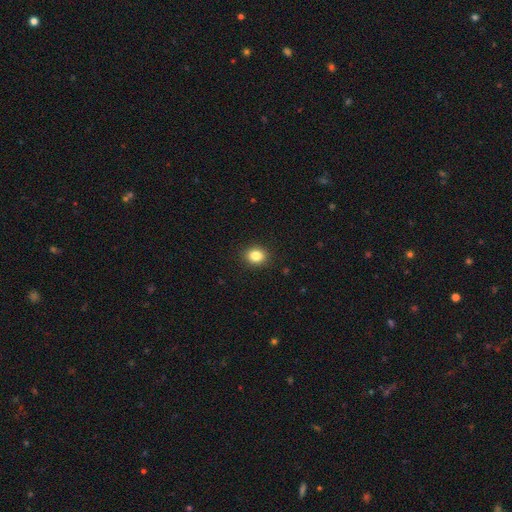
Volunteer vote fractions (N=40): Smooth or featured? 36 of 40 (90%) said smooth. How rounded? 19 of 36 (53%) said round. Merging? 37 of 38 (97%) said none.